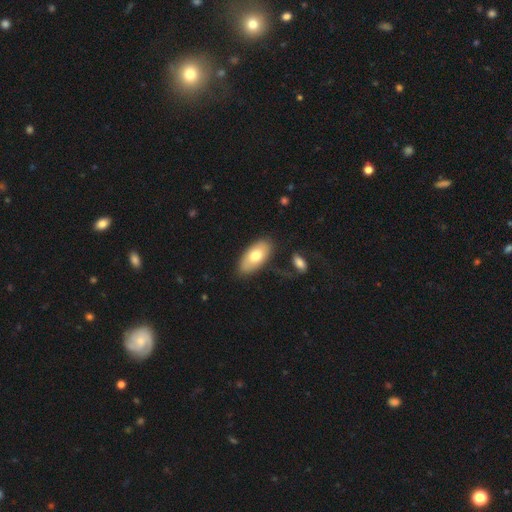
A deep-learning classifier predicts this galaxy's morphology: Smooth or featured? Predicted: smooth (p=0.71). How rounded? Predicted: in between (p=0.92). Merging? Predicted: none (p=0.79).